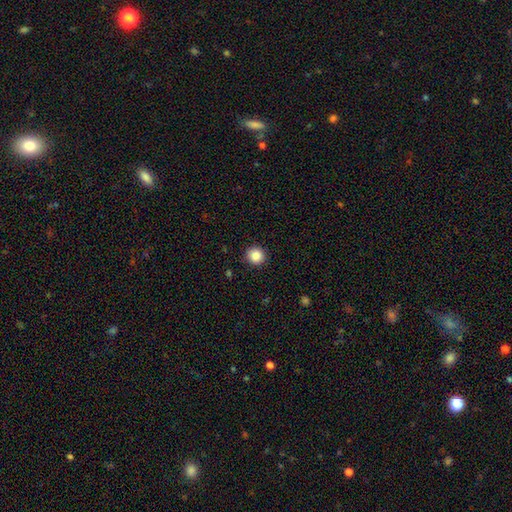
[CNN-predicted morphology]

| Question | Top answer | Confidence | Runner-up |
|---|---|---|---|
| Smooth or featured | smooth | 88% | star or artifact (10%) |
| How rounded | round | 93% | in between (6%) |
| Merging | none | 91% | minor disturbance (6%) |